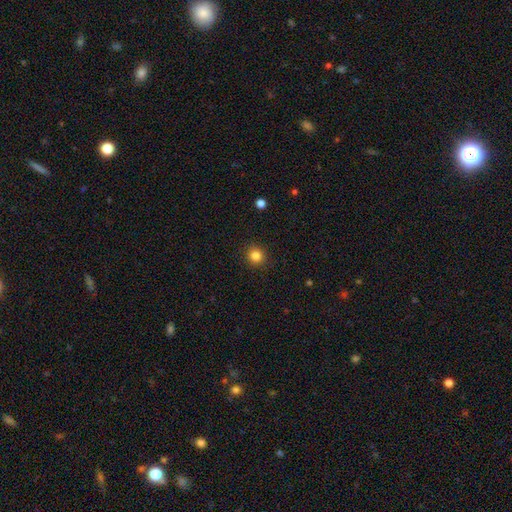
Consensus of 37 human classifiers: Smooth or featured? smooth (92%)
How rounded? round (97%)
Merging? none (91%)